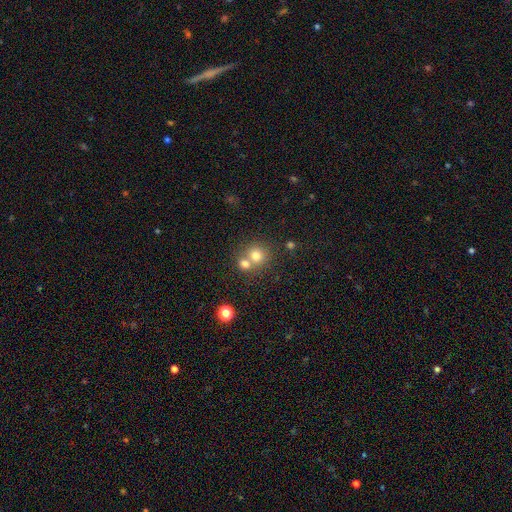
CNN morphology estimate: smooth-or-featured: smooth: 74% | star or artifact: 14% | featured or disk: 12%
  how-rounded: round: 86% | in between: 13% | cigar-shaped: 1%
  merging: none: 47% | merger: 45% | minor disturbance: 6% | major disturbance: 2%